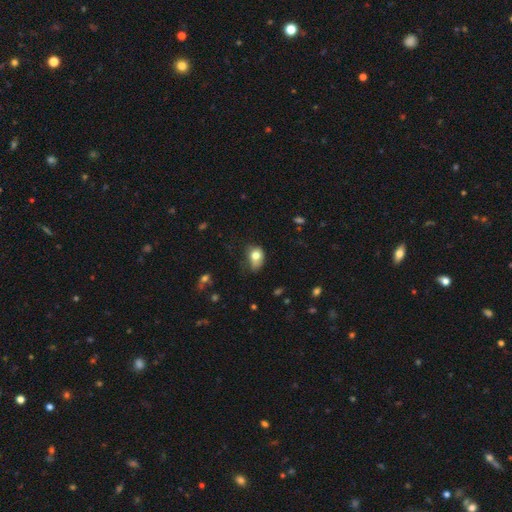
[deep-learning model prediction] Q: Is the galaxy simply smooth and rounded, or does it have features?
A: smooth — 75%.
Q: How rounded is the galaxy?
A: in between — 65%.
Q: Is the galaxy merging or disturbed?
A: minor disturbance — 38%.